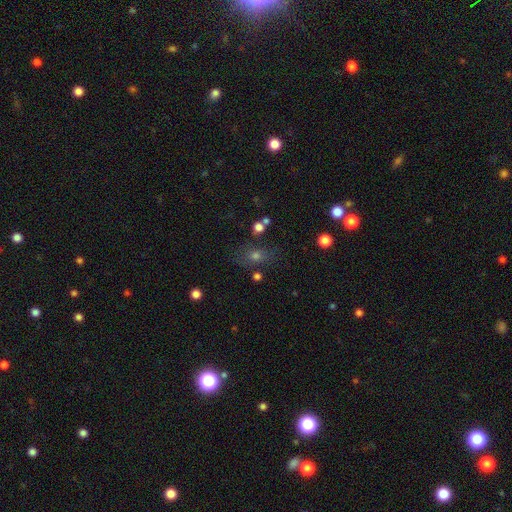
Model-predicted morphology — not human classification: Smooth or featured?
  - smooth: 61% *
  - star or artifact: 24%
  - featured or disk: 15%
How rounded?
  - in between: 55% *
  - round: 41%
  - cigar-shaped: 3%
Merging?
  - none: 75% *
  - minor disturbance: 14%
  - merger: 6%
  - major disturbance: 6%